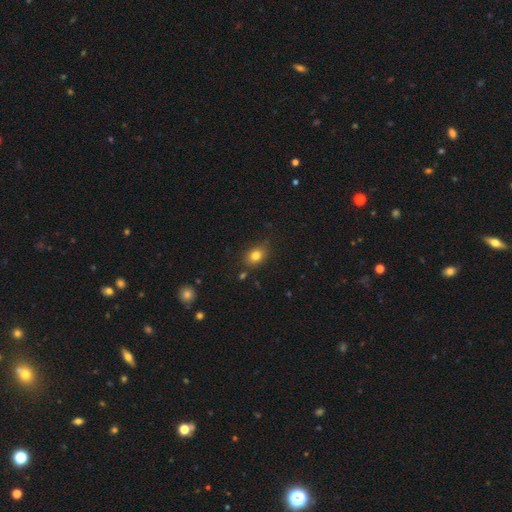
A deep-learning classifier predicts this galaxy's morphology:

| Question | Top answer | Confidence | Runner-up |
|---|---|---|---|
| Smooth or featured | smooth | 81% | star or artifact (11%) |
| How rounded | in between | 65% | round (33%) |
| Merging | none | 77% | minor disturbance (17%) |